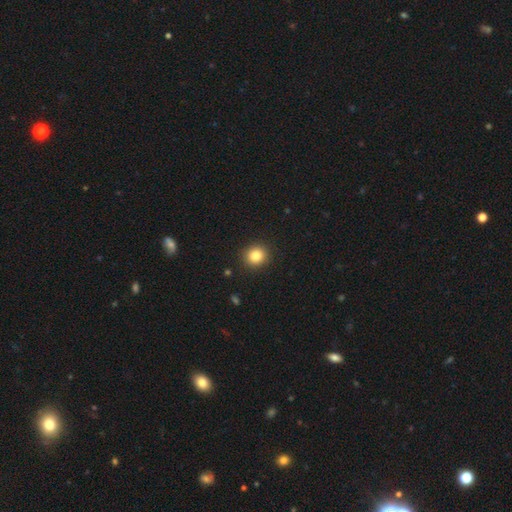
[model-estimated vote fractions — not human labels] Smooth or featured? Predicted: smooth (p=0.85). How rounded? Predicted: round (p=0.86). Merging? Predicted: none (p=0.91).